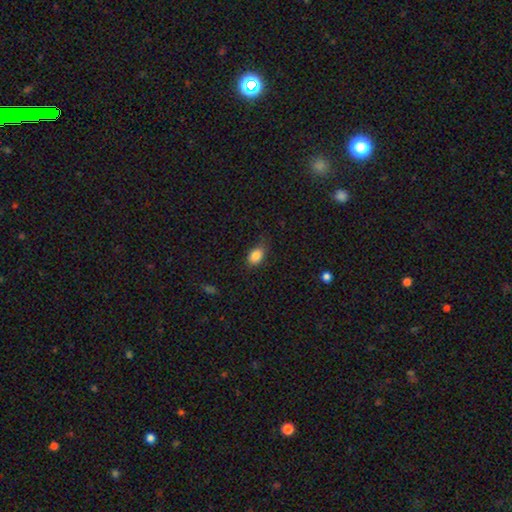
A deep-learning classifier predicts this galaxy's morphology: A smooth galaxy with no disk features (85%) that is in between round and cigar-shaped (77%).

Vote fractions:
- Smooth or featured? smooth: 85% / star or artifact: 9% / featured or disk: 5%
- How rounded? in between: 77% / round: 21% / cigar-shaped: 2%
- Merging? none: 69% / minor disturbance: 23% / major disturbance: 6% / merger: 1%